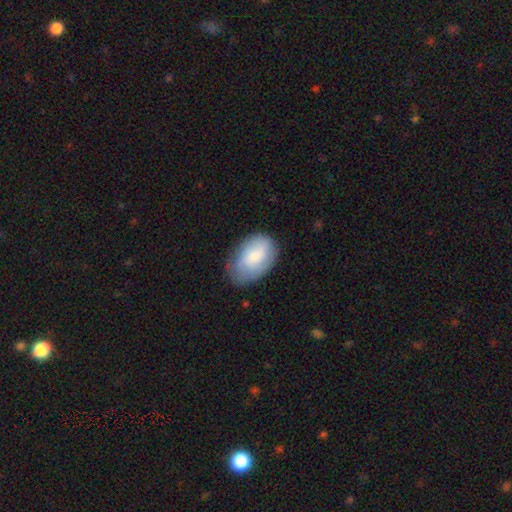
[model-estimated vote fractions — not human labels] This appears to be a smooth galaxy with no disk features (75%) that is in between round and cigar-shaped (90%). Merging: none (65%).